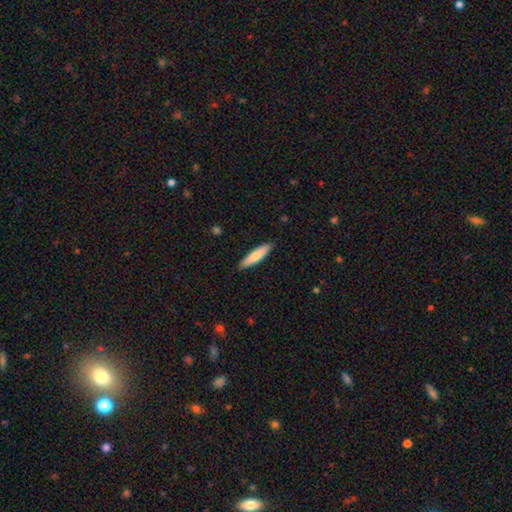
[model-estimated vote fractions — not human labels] A smooth galaxy with no disk features (74%) that is cigar-shaped (75%). Merging: none (89%).